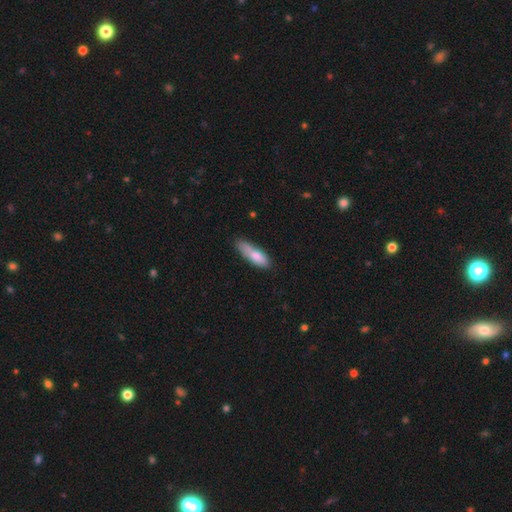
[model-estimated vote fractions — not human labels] This is likely a smooth galaxy (77%). How rounded: possibly in between (51%). Merging: possibly none (50%).